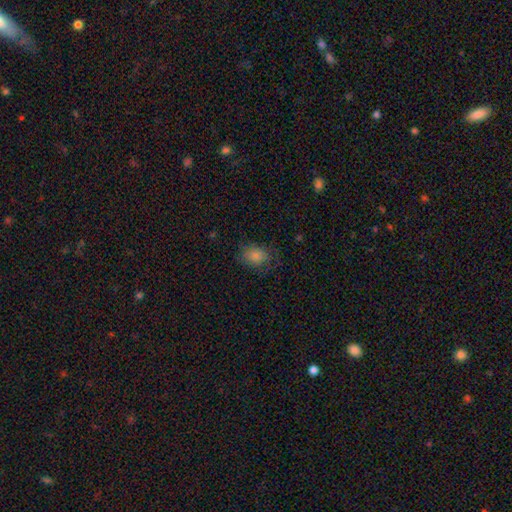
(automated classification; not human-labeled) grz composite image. It shows a smooth galaxy with no disk features (82%) that is in between round and cigar-shaped (65%). Merging: none (69%).